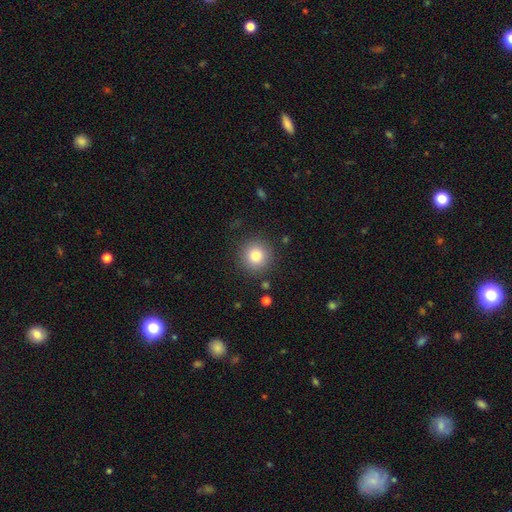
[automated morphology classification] Overall: smooth (81%). How rounded: round (94%). Merging: none (88%).